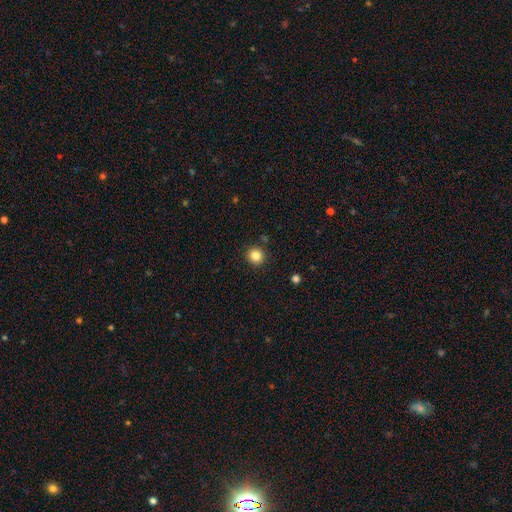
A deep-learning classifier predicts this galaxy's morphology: smooth-or-featured: smooth: 83% | star or artifact: 11% | featured or disk: 5%
  how-rounded: round: 93% | in between: 6% | cigar-shaped: 1%
  merging: none: 90% | minor disturbance: 6% | merger: 2% | major disturbance: 2%